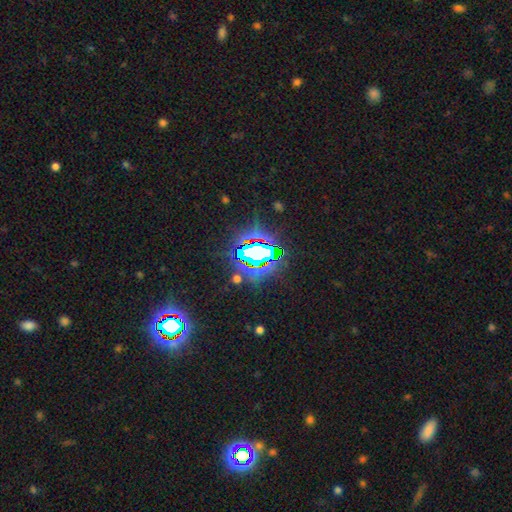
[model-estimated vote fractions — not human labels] smooth-or-featured: star or artifact: 75% | smooth: 14% | featured or disk: 12%